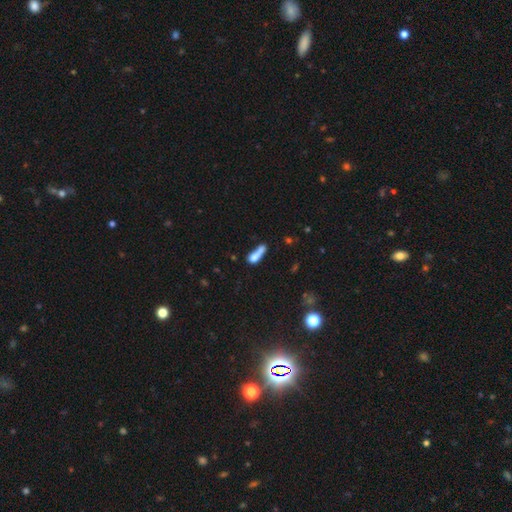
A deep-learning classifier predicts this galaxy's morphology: smooth 68%, featured or disk 21%, star or artifact 12%. Down the decision tree: how rounded — cigar-shaped (53%); merging — merger (36%).